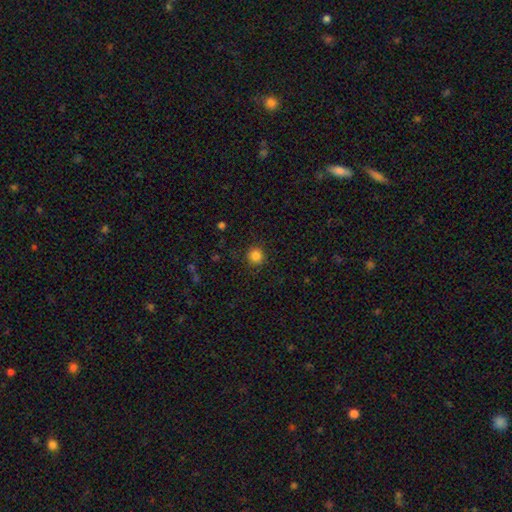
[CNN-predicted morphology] A smooth galaxy with no disk features (84%) that is round (93%).

Vote fractions:
- Smooth or featured? smooth: 84% / star or artifact: 12% / featured or disk: 4%
- How rounded? round: 93% / in between: 6% / cigar-shaped: 1%
- Merging? none: 90% / minor disturbance: 7% / major disturbance: 2% / merger: 1%